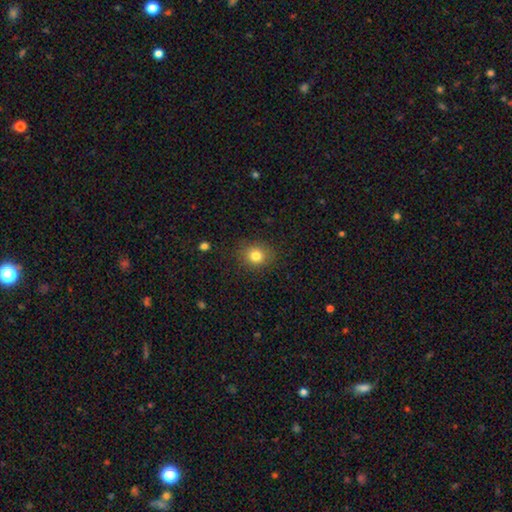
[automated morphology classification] Smooth or featured?
  - smooth: 81% *
  - star or artifact: 12%
  - featured or disk: 7%
How rounded?
  - round: 73% *
  - in between: 26%
  - cigar-shaped: 1%
Merging?
  - none: 85% *
  - minor disturbance: 10%
  - major disturbance: 3%
  - merger: 1%